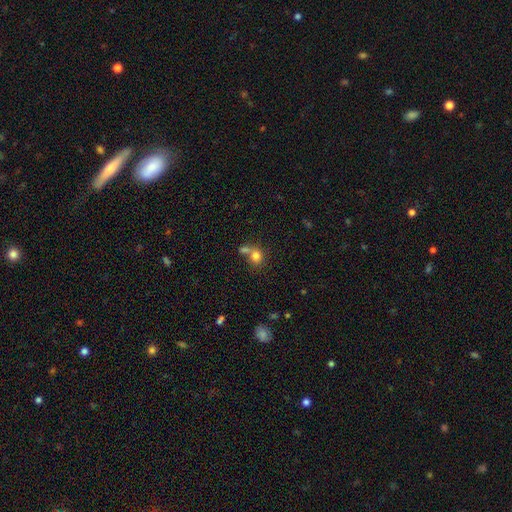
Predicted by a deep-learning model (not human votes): Smooth or featured?
  - smooth: 78% *
  - star or artifact: 12%
  - featured or disk: 10%
How rounded?
  - round: 75% *
  - in between: 24%
  - cigar-shaped: 1%
Merging?
  - merger: 44% *
  - none: 42%
  - minor disturbance: 9%
  - major disturbance: 5%